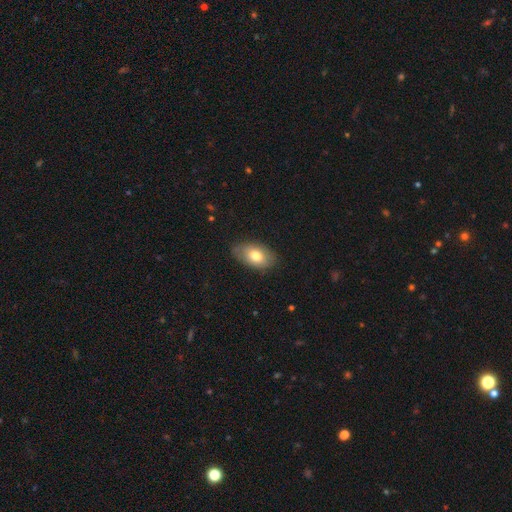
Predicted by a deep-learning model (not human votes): This appears to be a smooth galaxy with no disk features (73%) that is in between round and cigar-shaped (91%). Merging: none (78%).